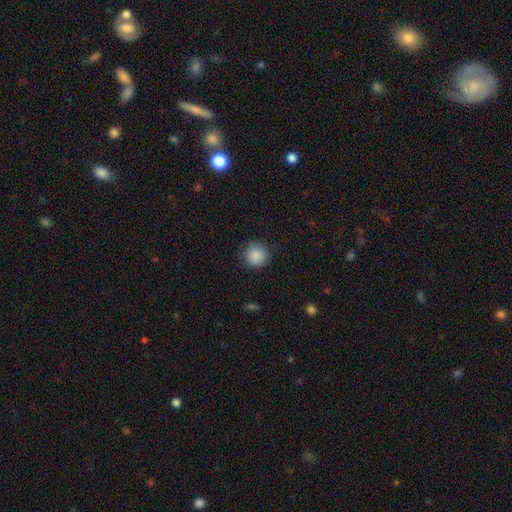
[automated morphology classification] smooth 88%, star or artifact 8%, featured or disk 3%. Down the decision tree: how rounded — round (92%); merging — none (85%).